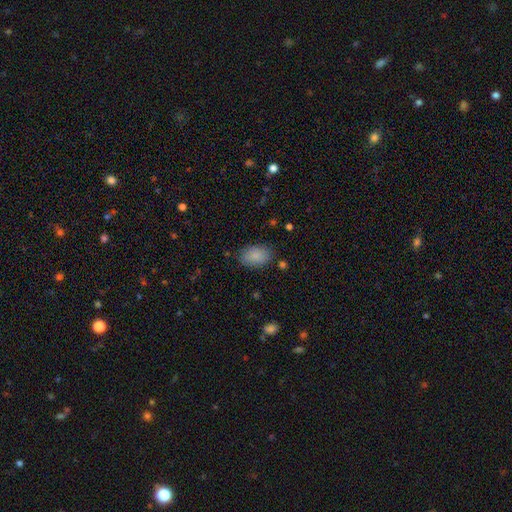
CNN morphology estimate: This is clearly a smooth galaxy (87%). How rounded: clearly in between (88%). Merging: clearly none (81%).